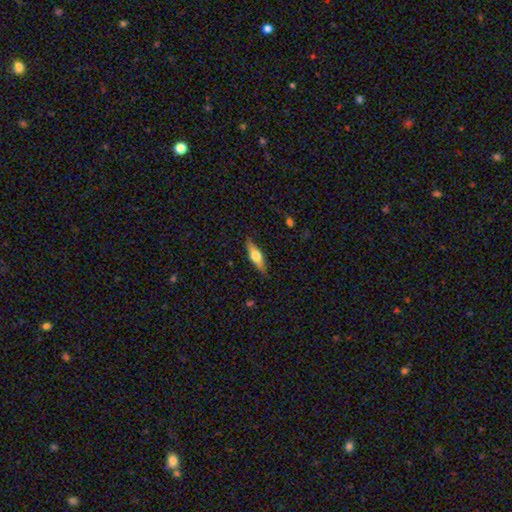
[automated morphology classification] Smooth or featured?
  - smooth: 50% *
  - featured or disk: 43%
  - star or artifact: 6%
How rounded?
  - cigar-shaped: 58% *
  - in between: 39%
  - round: 3%
Merging?
  - none: 86% *
  - minor disturbance: 10%
  - major disturbance: 2%
  - merger: 1%